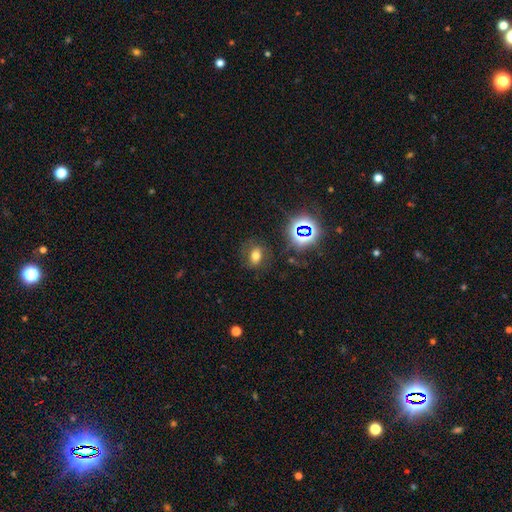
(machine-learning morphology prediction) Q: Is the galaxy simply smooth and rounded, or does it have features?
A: smooth — 57%.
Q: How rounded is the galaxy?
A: in between — 64%.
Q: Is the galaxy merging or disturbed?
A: none — 75%.